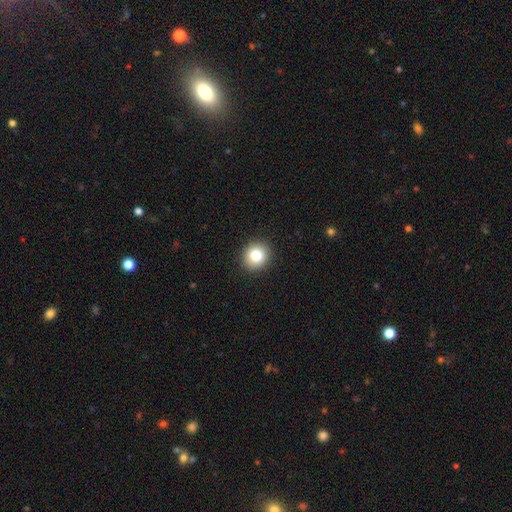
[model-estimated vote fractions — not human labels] This appears to be a smooth galaxy with no disk features (82%) that is round (81%). Merging: none (92%).